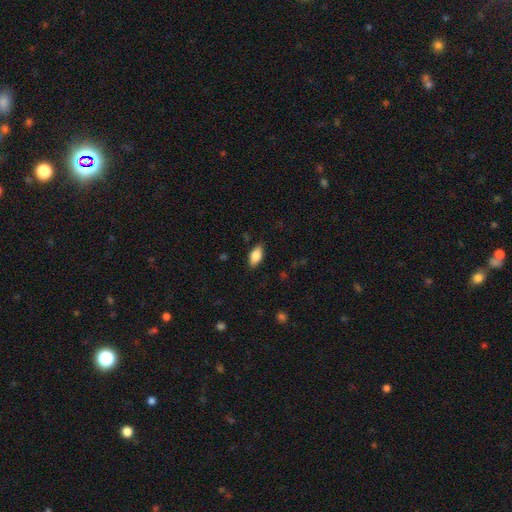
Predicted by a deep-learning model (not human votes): A smooth galaxy with no disk features (82%) that is in between round and cigar-shaped (90%).

Vote fractions:
- Smooth or featured? smooth: 82% / featured or disk: 11% / star or artifact: 7%
- How rounded? in between: 90% / cigar-shaped: 7% / round: 3%
- Merging? none: 86% / minor disturbance: 11% / major disturbance: 2% / merger: 1%